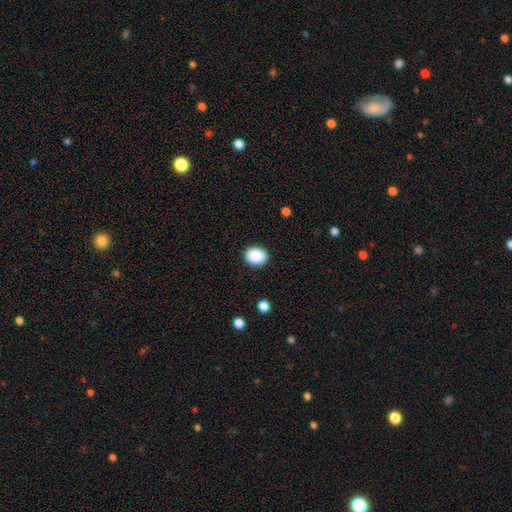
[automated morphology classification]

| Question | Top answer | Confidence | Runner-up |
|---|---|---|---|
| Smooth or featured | smooth | 90% | star or artifact (8%) |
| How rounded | in between | 54% | round (45%) |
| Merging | none | 90% | minor disturbance (7%) |